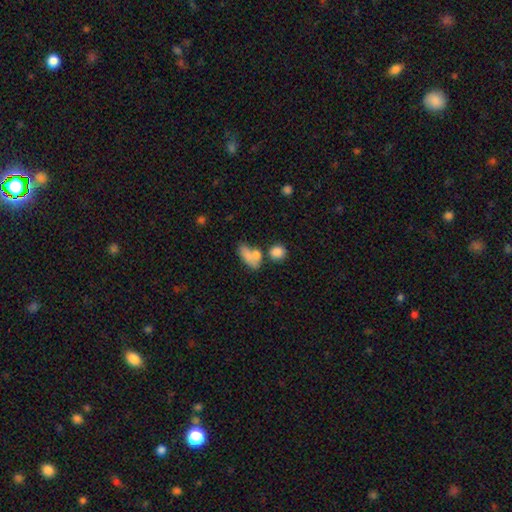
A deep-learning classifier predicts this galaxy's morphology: smooth-or-featured: smooth: 77% | featured or disk: 13% | star or artifact: 10%
  how-rounded: in between: 73% | round: 19% | cigar-shaped: 8%
  merging: none: 37% | merger: 35% | minor disturbance: 17% | major disturbance: 11%